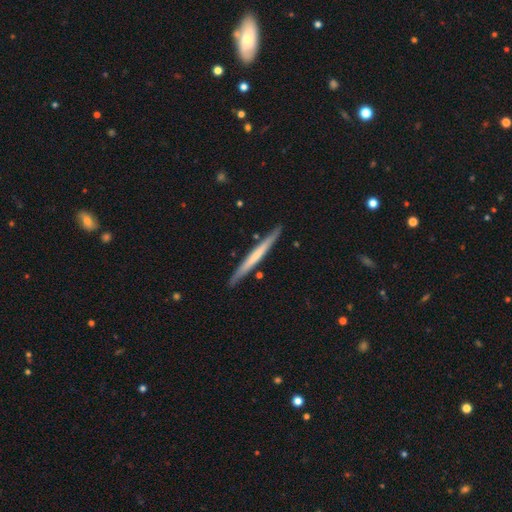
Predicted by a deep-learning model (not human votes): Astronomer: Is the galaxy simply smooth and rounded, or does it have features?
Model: featured or disk — 49% (runner-up: smooth, 47%).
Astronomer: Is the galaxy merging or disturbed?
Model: none — 88%.